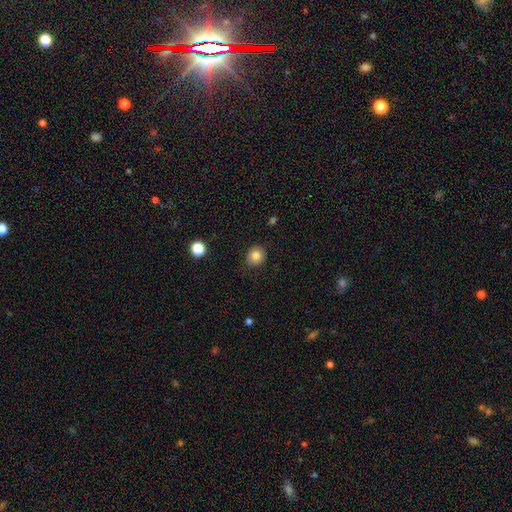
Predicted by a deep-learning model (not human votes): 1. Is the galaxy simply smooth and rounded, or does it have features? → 82% smooth, 10% star or artifact, 7% featured or disk.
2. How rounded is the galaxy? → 79% round, 20% in between, 1% cigar-shaped.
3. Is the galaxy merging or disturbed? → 87% none, 9% minor disturbance, 2% major disturbance, 1% merger.